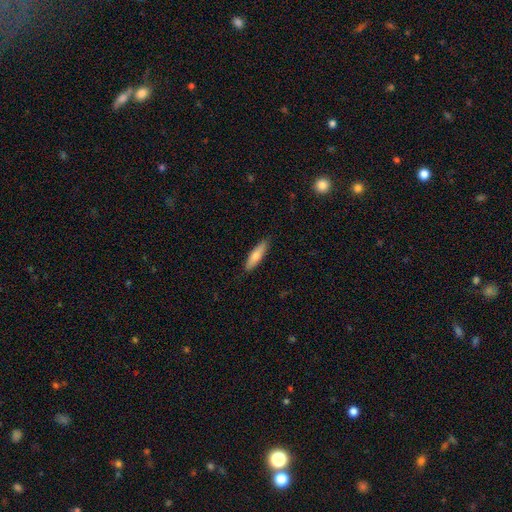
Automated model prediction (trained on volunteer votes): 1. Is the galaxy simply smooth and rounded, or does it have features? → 77% smooth, 18% featured or disk, 6% star or artifact.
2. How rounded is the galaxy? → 65% cigar-shaped, 33% in between, 2% round.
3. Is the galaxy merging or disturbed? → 87% none, 11% minor disturbance, 2% major disturbance, 1% merger.